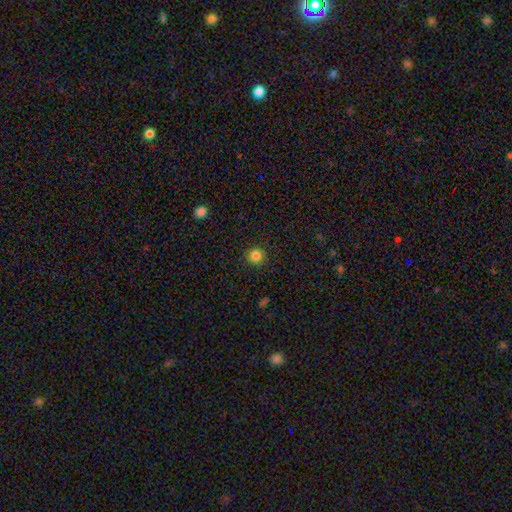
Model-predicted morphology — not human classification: Smooth or featured? Predicted: smooth (p=0.84). How rounded? Predicted: round (p=0.94). Merging? Predicted: none (p=0.91).